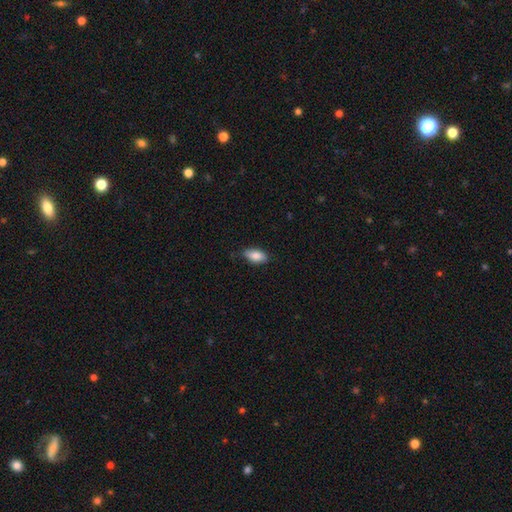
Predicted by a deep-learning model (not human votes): smooth_or_featured: smooth (p=0.84) [alt: featured or disk p=0.09]
how_rounded: in between (p=0.89) [alt: cigar-shaped p=0.07]
merging: none (p=0.80) [alt: minor disturbance p=0.17]